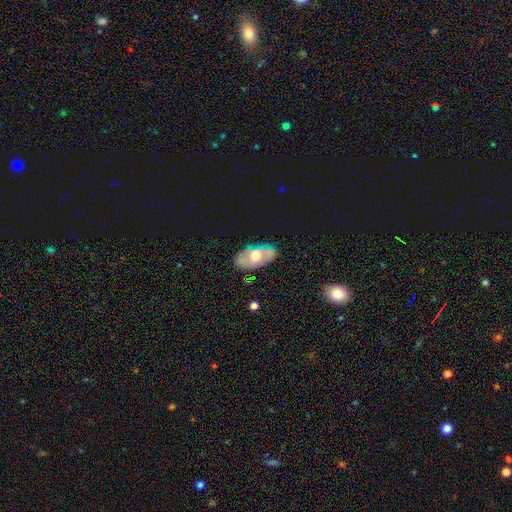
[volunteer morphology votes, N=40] Smooth or featured?
  - smooth: 55% *
  - featured or disk: 32%
  - star or artifact: 12%
How rounded?
  - in between: 91% *
  - round: 9%
  - cigar-shaped: 0%
Merging?
  - none: 89% *
  - minor disturbance: 6%
  - major disturbance: 6%
  - merger: 0%